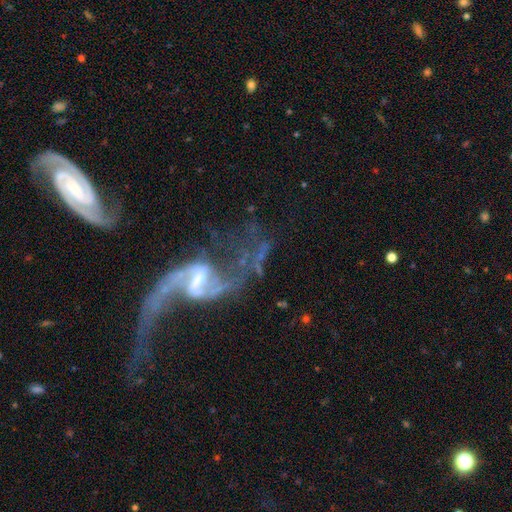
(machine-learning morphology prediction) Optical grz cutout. It shows a featured or disk galaxy (88%) with a weak bar (49%), 2 (89%) loose (84%) spiral arms (94%) and a small central bulge (50%). Merging: none (39%).